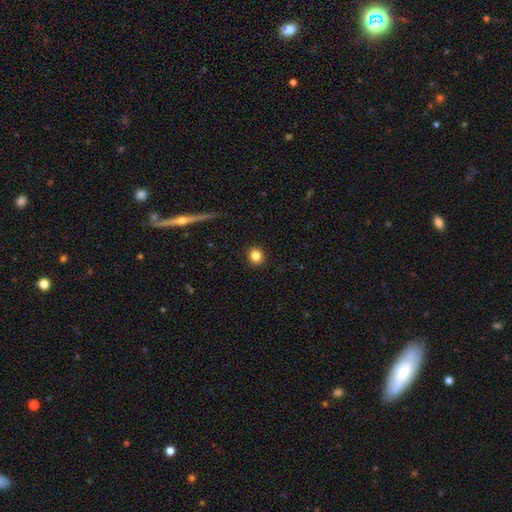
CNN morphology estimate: Smooth or featured: smooth — 84% (star or artifact — 11%)
How rounded: round — 91% (in between — 8%)
Merging: none — 93% (minor disturbance — 5%)